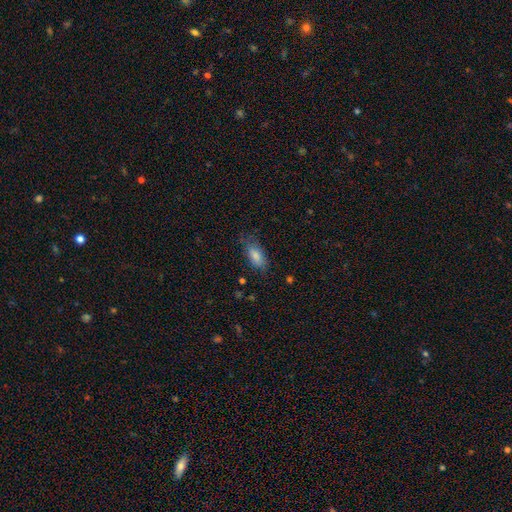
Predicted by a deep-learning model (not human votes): Q: Smooth or featured?
A: smooth (81%); runner-up: featured or disk (12%)
Q: How rounded?
A: in between (86%); runner-up: cigar-shaped (12%)
Q: Merging?
A: none (68%); runner-up: minor disturbance (23%)